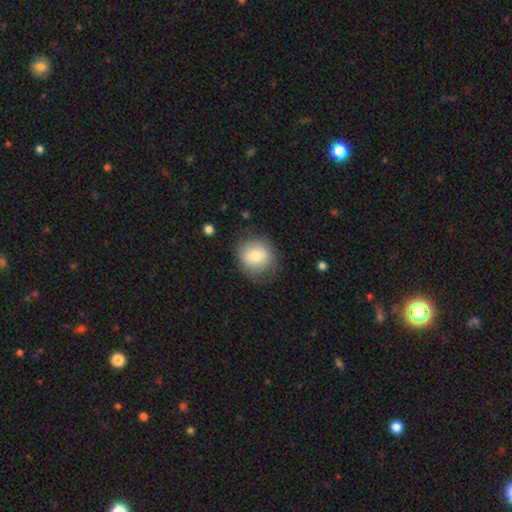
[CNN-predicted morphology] smooth_or_featured: smooth (p=0.79) [alt: featured or disk p=0.13]
how_rounded: round (p=0.85) [alt: in between p=0.14]
merging: none (p=0.74) [alt: minor disturbance p=0.18]